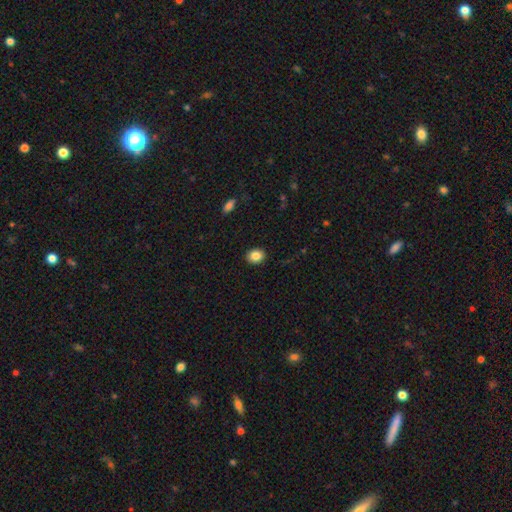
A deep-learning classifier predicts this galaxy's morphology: The model was most divided on "how rounded": round: 54%, in between: 45%, cigar-shaped: 1%. More confident: merging — none (91%); smooth or featured — smooth (86%).